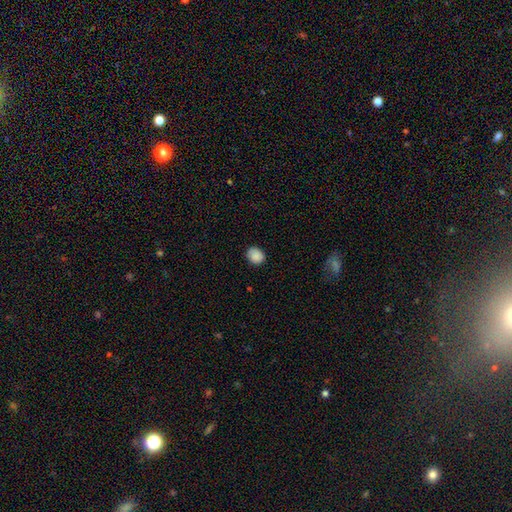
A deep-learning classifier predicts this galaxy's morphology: A smooth galaxy with no disk features (87%) that is round (64%). Merging: none (81%).